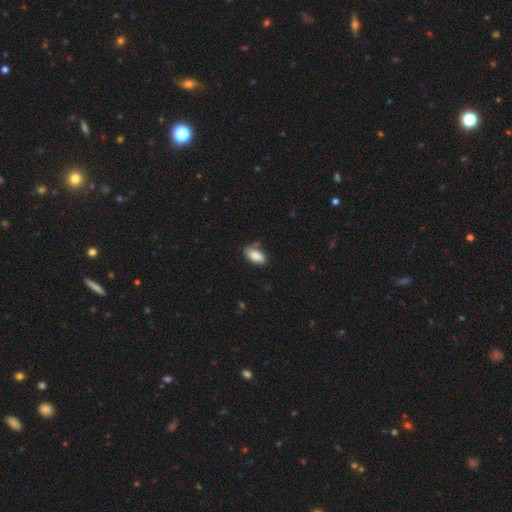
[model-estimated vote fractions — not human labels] Q: Smooth or featured?
A: smooth (85%); runner-up: featured or disk (8%)
Q: How rounded?
A: in between (93%); runner-up: cigar-shaped (4%)
Q: Merging?
A: none (62%); runner-up: minor disturbance (28%)